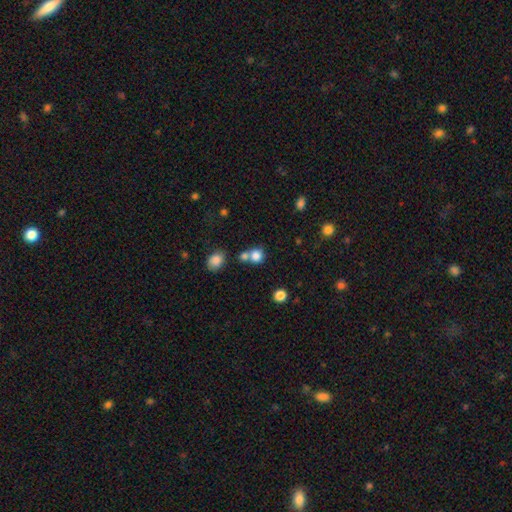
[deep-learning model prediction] smooth 82%, star or artifact 12%, featured or disk 6%. Down the decision tree: how rounded — round (85%); merging — none (52%).